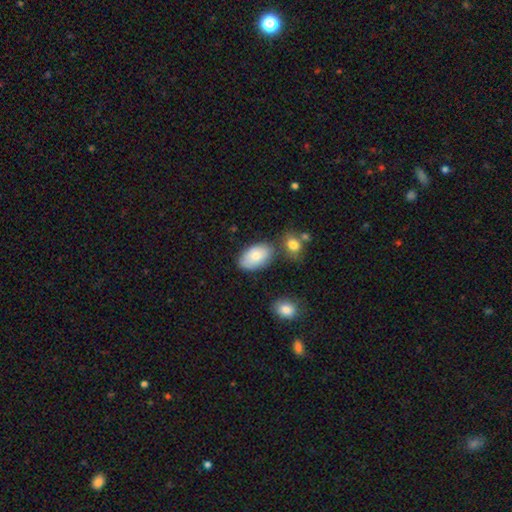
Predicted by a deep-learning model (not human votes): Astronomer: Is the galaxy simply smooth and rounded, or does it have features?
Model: smooth — 79%.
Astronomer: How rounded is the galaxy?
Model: in between — 93%.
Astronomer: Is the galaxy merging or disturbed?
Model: none — 68%.